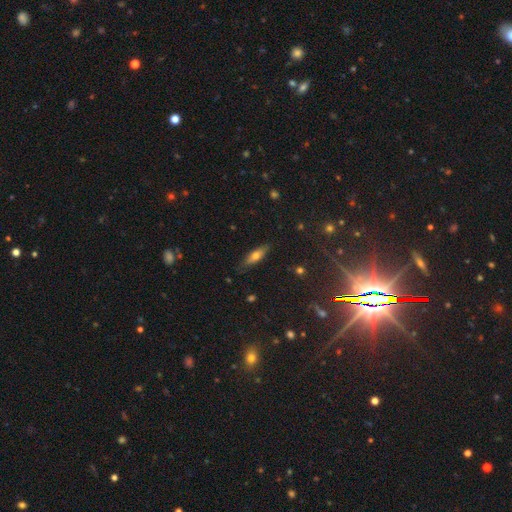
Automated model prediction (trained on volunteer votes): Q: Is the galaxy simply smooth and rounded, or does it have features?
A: smooth — 58%.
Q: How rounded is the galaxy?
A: cigar-shaped — 54%.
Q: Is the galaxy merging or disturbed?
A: none — 82%.